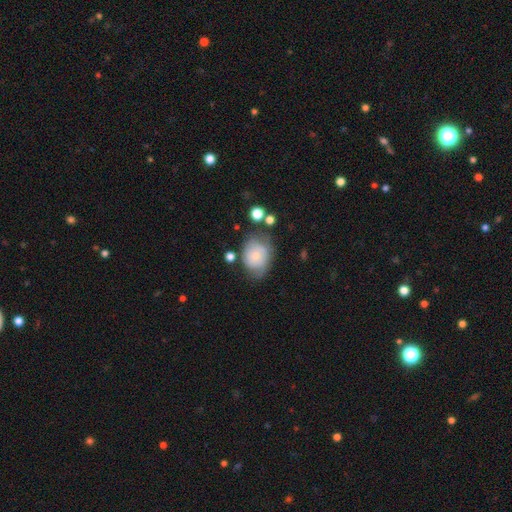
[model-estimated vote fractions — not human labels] Smooth or featured?
  - smooth: 60% *
  - featured or disk: 32%
  - star or artifact: 9%
How rounded?
  - in between: 50% *
  - round: 49%
  - cigar-shaped: 1%
Merging?
  - none: 49% *
  - minor disturbance: 31%
  - major disturbance: 14%
  - merger: 6%